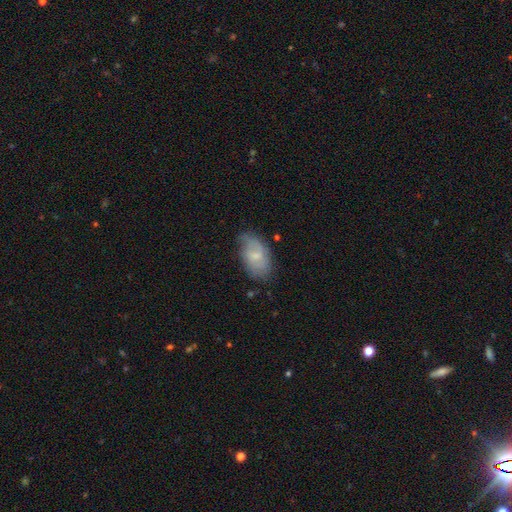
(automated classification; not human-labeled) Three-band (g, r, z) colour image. It shows a smooth galaxy with no disk features (50%). Merging: none (60%).